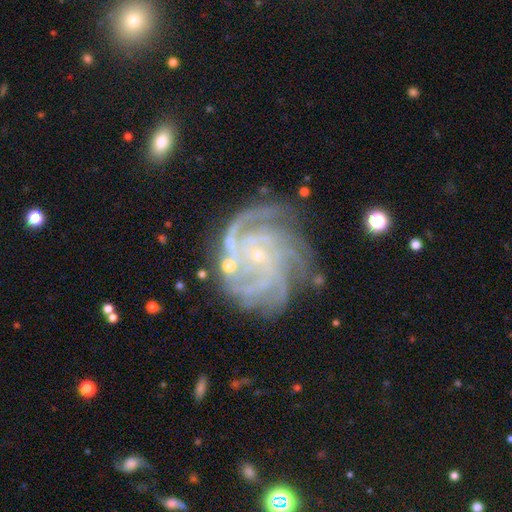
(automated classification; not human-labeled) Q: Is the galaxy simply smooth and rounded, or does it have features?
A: featured or disk — 90%.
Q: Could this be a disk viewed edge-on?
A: no — 98%.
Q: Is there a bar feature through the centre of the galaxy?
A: no — 72%.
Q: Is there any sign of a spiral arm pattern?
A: yes — 98%.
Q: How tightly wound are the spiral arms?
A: tight — 65%.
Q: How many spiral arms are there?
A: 4 — 37%.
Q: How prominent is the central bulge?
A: small — 87%.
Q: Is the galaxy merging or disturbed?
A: none — 67%.